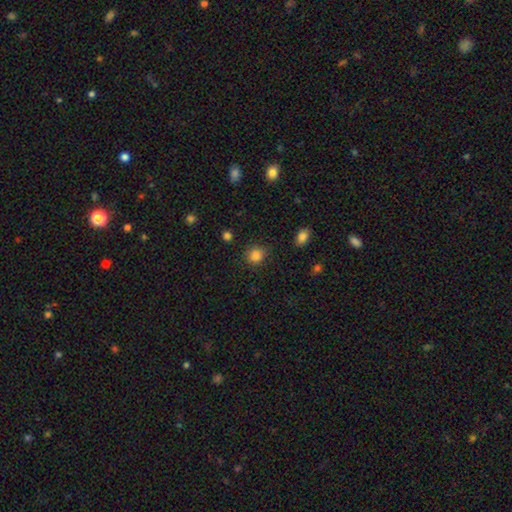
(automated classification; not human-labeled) This is clearly a smooth galaxy (85%). How rounded: clearly round (82%). Merging: clearly none (83%).